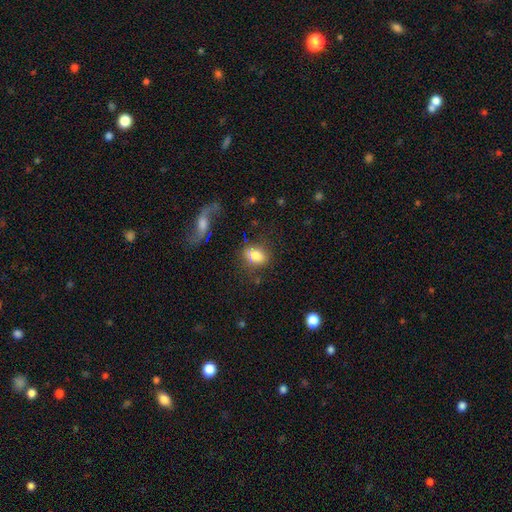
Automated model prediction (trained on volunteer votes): Smooth or featured? smooth (78%)
How rounded? in between (72%)
Merging? none (65%)